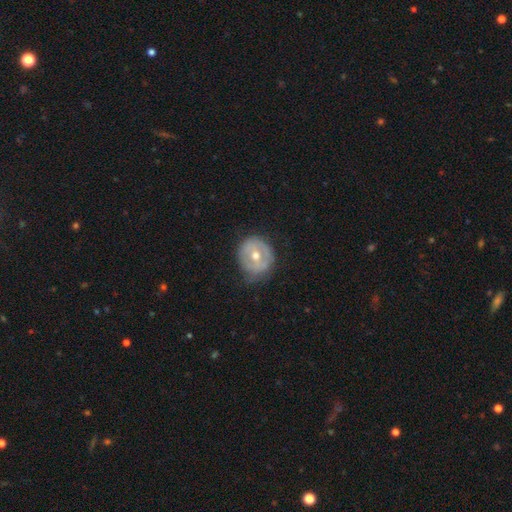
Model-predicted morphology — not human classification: Q: Smooth or featured?
A: featured or disk (55%); runner-up: smooth (38%)
Q: Edge-on disk?
A: no (95%); runner-up: yes (5%)
Q: Bar?
A: no (54%); runner-up: weak (31%)
Q: Spiral arms?
A: no (70%); runner-up: yes (30%)
Q: Bulge size?
A: moderate (74%); runner-up: small (22%)
Q: Merging?
A: none (70%); runner-up: minor disturbance (23%)